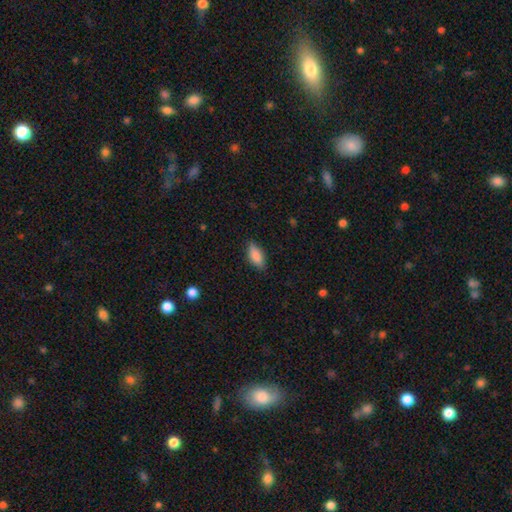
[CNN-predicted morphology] Smooth or featured: smooth — 84% (featured or disk — 9%)
How rounded: in between — 82% (cigar-shaped — 16%)
Merging: none — 84% (minor disturbance — 13%)